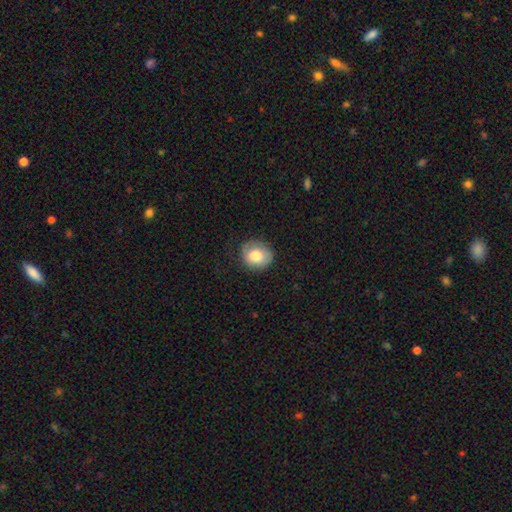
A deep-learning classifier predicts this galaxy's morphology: Smooth or featured? smooth (78%)
How rounded? round (74%)
Merging? none (77%)